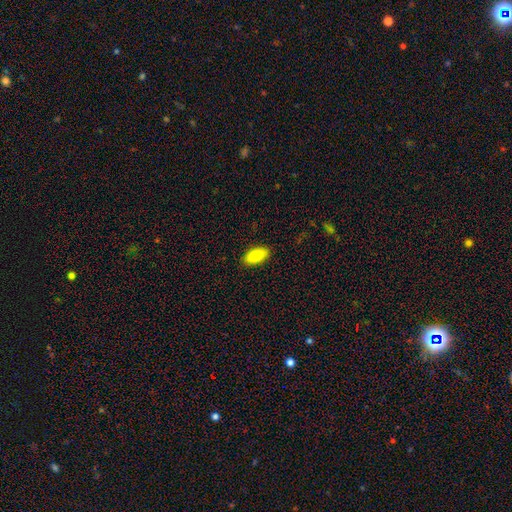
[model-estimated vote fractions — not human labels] A smooth galaxy with no disk features (89%) that is in between round and cigar-shaped (92%).

Vote fractions:
- Smooth or featured? smooth: 89% / star or artifact: 6% / featured or disk: 4%
- How rounded? in between: 92% / cigar-shaped: 6% / round: 2%
- Merging? none: 88% / minor disturbance: 9% / major disturbance: 2% / merger: 1%